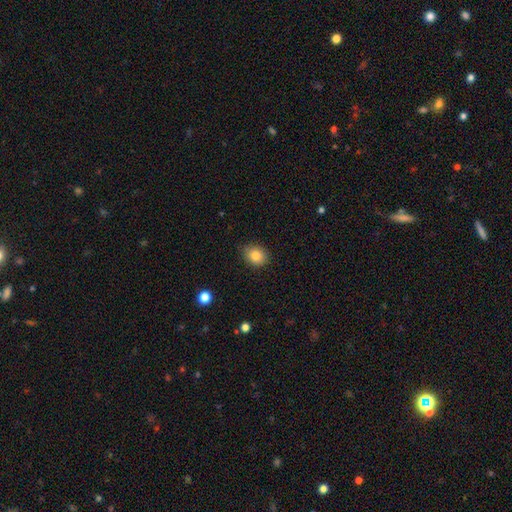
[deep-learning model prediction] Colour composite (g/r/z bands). It shows a smooth galaxy with no disk features (82%) that is round (56%). Merging: none (83%).